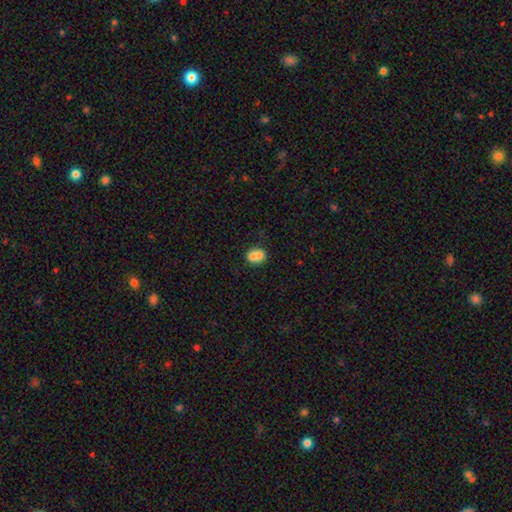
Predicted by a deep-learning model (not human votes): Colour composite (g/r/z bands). It shows a smooth galaxy with no disk features (74%) that is round (59%). Merging: merger (54%).